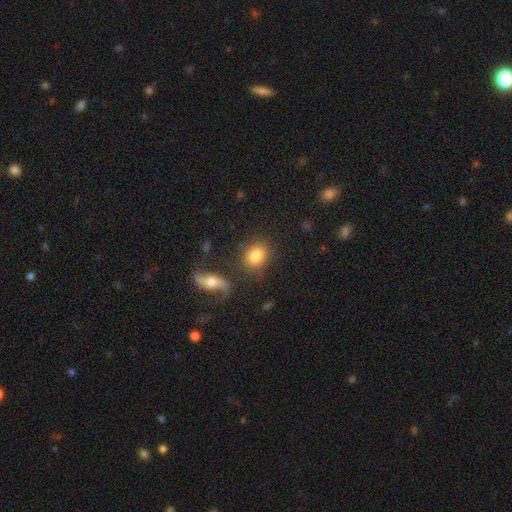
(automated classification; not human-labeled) Smooth or featured?
  - smooth: 80% *
  - featured or disk: 11%
  - star or artifact: 8%
How rounded?
  - round: 51% *
  - in between: 47%
  - cigar-shaped: 2%
Merging?
  - none: 71% *
  - minor disturbance: 13%
  - merger: 11%
  - major disturbance: 5%